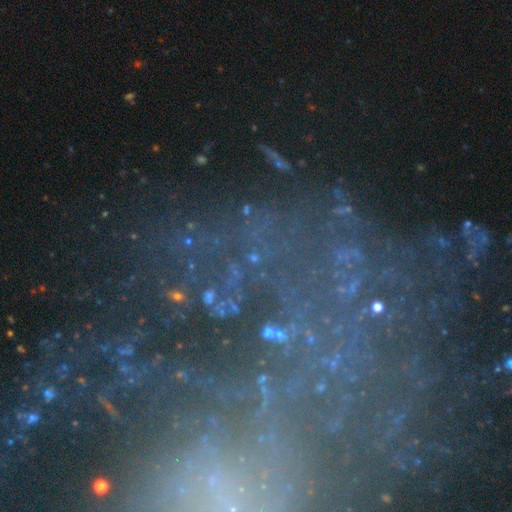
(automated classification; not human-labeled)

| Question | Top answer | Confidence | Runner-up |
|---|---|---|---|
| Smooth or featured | star or artifact | 50% | featured or disk (37%) |